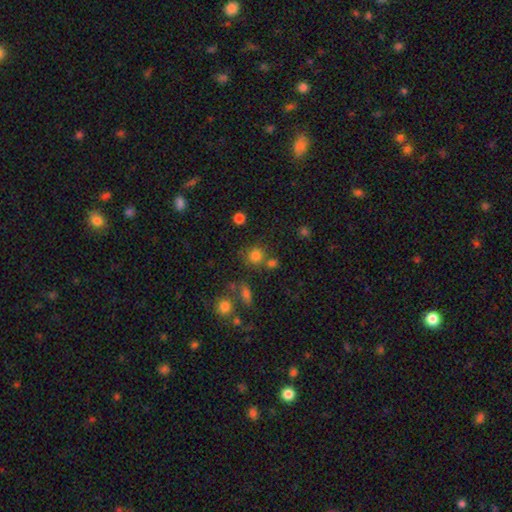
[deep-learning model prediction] Smooth or featured: smooth — 77% (star or artifact — 16%)
How rounded: round — 88% (in between — 11%)
Merging: none — 69% (merger — 16%)